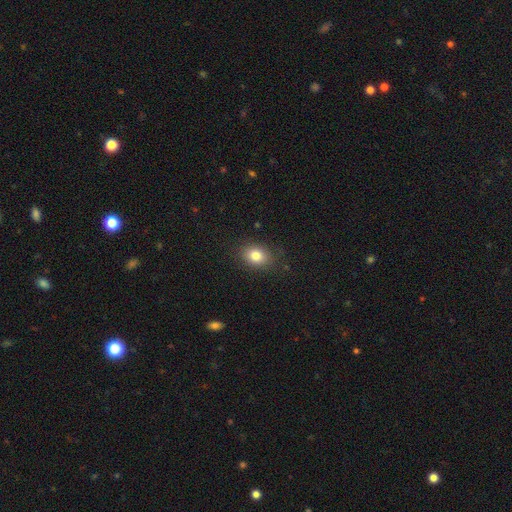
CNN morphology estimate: smooth 82%, star or artifact 10%, featured or disk 8%. Down the decision tree: how rounded — in between (62%); merging — none (84%).